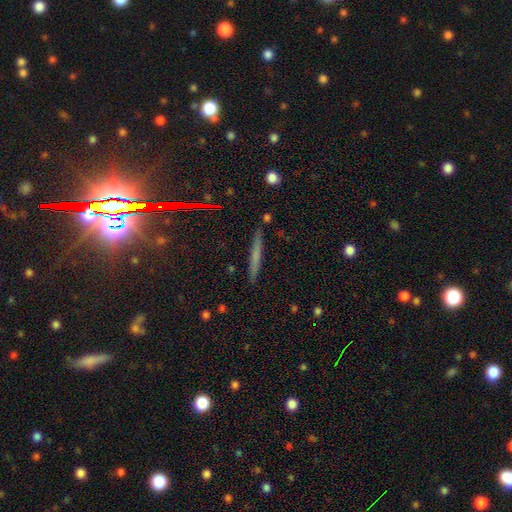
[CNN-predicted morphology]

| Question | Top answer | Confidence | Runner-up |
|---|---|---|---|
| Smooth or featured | smooth | 48% | featured or disk (41%) |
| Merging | none | 89% | minor disturbance (8%) |